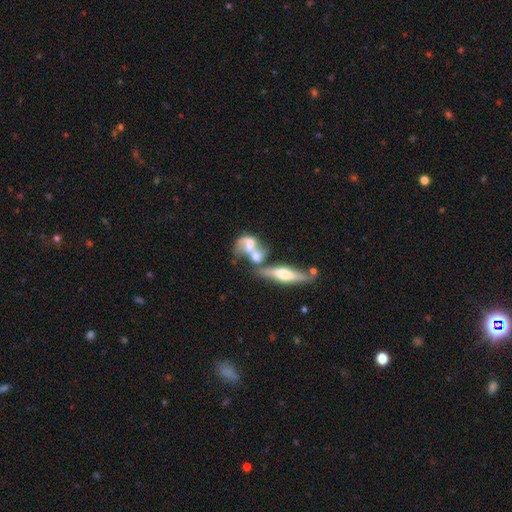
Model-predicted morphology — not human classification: featured or disk 59%, smooth 32%, star or artifact 9%. Down the decision tree: edge-on disk — no (70%); merging — merger (61%).